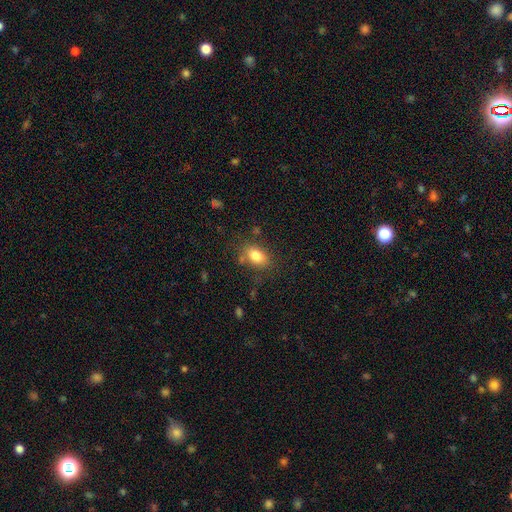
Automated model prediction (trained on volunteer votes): Overall: smooth (81%). How rounded: in between (82%). Merging: none (75%).